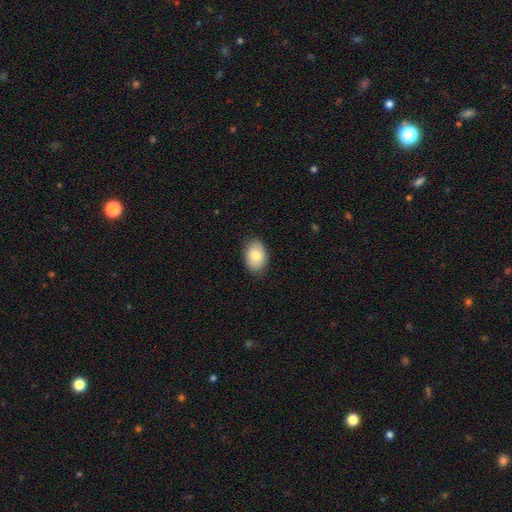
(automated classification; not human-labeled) smooth 79%, featured or disk 14%, star or artifact 7%. Down the decision tree: how rounded — in between (83%); merging — none (86%).